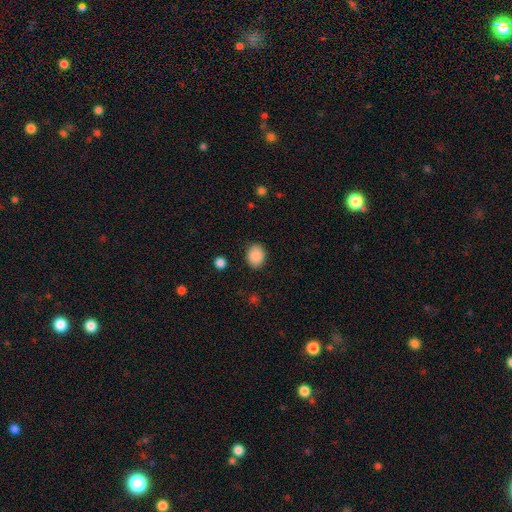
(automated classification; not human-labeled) smooth_or_featured: smooth (p=0.89) [alt: star or artifact p=0.08]
how_rounded: in between (p=0.50) [alt: round p=0.49]
merging: none (p=0.87) [alt: minor disturbance p=0.09]